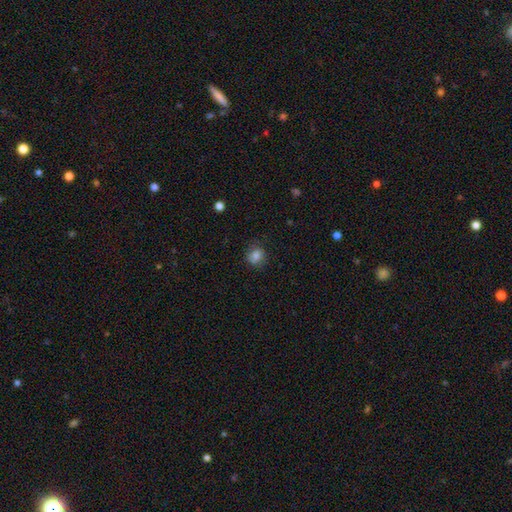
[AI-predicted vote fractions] smooth_or_featured: smooth (p=0.80) [alt: star or artifact p=0.11]
how_rounded: round (p=0.75) [alt: in between p=0.24]
merging: none (p=0.77) [alt: minor disturbance p=0.16]